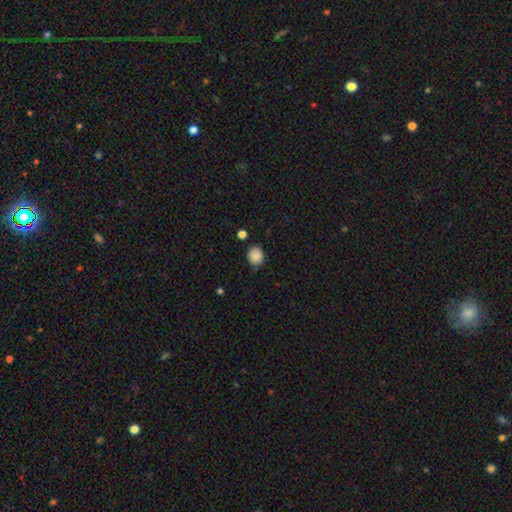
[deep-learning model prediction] Smooth or featured?
  - smooth: 87% *
  - star or artifact: 9%
  - featured or disk: 4%
How rounded?
  - round: 77% *
  - in between: 22%
  - cigar-shaped: 1%
Merging?
  - none: 82% *
  - minor disturbance: 13%
  - major disturbance: 3%
  - merger: 3%